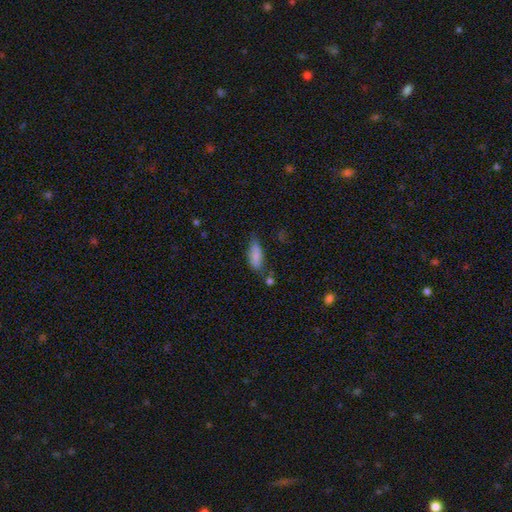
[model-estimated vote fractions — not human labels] Smooth or featured? Predicted: smooth (p=0.81). How rounded? Predicted: in between (p=0.78). Merging? Predicted: none (p=0.53).